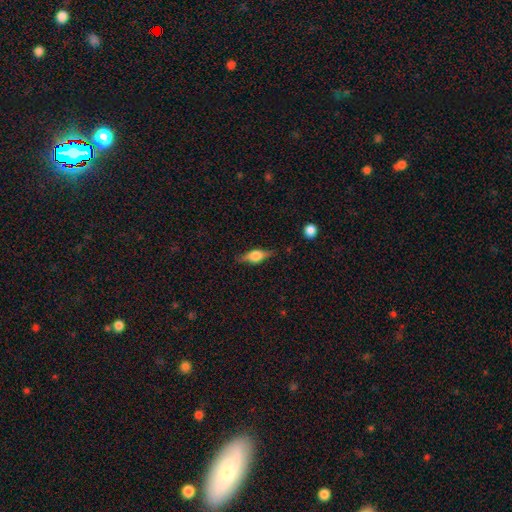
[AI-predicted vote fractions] Morphology: type=featured or disk (59%); edge-on=yes (95%); edge-on bulge=rounded (88%); merging=none (82%).